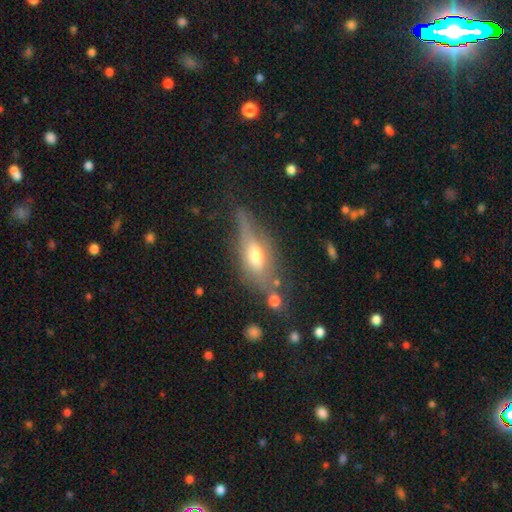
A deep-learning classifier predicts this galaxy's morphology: The model was most divided on "smooth or featured": featured or disk: 50%, smooth: 40%, star or artifact: 10%. More confident: merging — none (58%).